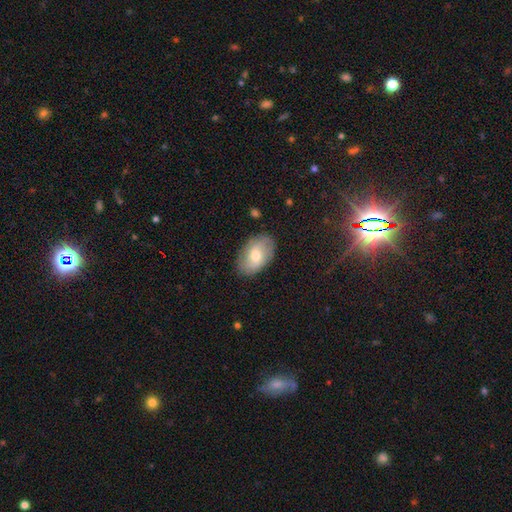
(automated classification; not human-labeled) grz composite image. It shows a smooth galaxy with no disk features (61%) that is in between round and cigar-shaped (90%). Merging: none (82%).